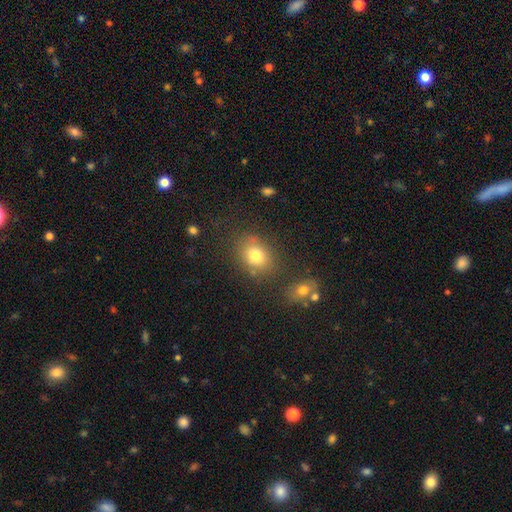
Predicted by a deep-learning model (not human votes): Smooth or featured: smooth — 77% (star or artifact — 12%)
How rounded: in between — 60% (round — 39%)
Merging: none — 74% (minor disturbance — 14%)